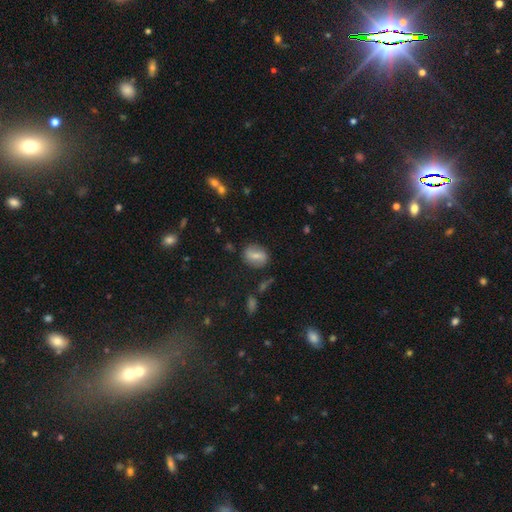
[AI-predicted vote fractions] This is possibly a smooth galaxy (55%). How rounded: possibly in between (57%). Merging: clearly none (80%).